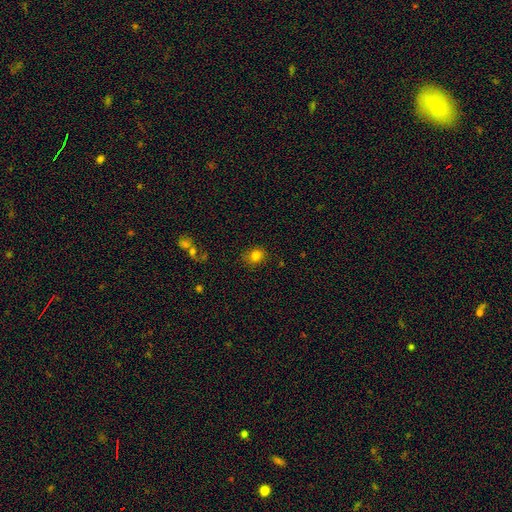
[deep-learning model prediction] A smooth galaxy with no disk features (81%) that is round (67%). Merging: none (85%).